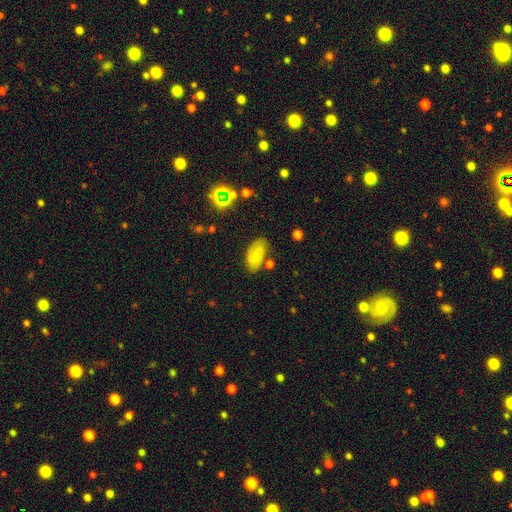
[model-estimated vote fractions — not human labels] Q: Smooth or featured?
A: smooth (78%); runner-up: featured or disk (12%)
Q: How rounded?
A: in between (93%); runner-up: round (3%)
Q: Merging?
A: none (70%); runner-up: minor disturbance (18%)